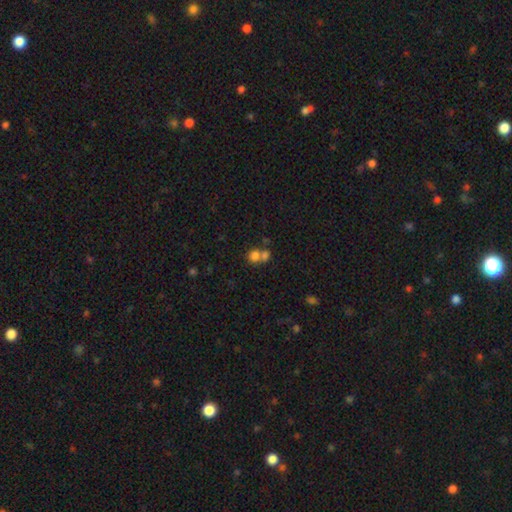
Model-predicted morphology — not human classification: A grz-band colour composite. It shows a smooth galaxy with no disk features (74%) that is round (66%). Merging: merger (56%).